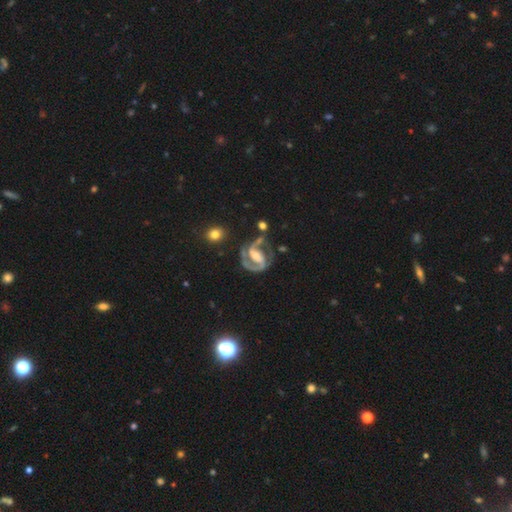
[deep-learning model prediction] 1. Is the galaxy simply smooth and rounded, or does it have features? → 91% featured or disk, 5% star or artifact, 4% smooth.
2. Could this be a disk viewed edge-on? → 98% no, 2% yes.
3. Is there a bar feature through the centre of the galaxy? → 48% strong, 35% weak, 17% no.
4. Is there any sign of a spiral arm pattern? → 97% yes, 3% no.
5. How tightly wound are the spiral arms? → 56% medium, 35% tight, 10% loose.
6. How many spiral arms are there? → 89% 2, 4% 1, 2% can't tell, 2% 3, 1% 4, 1% more than 4.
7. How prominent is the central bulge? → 48% moderate, 42% small, 5% large, 4% none, 1% dominant.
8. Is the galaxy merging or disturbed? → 64% none, 18% minor disturbance, 12% major disturbance, 6% merger.